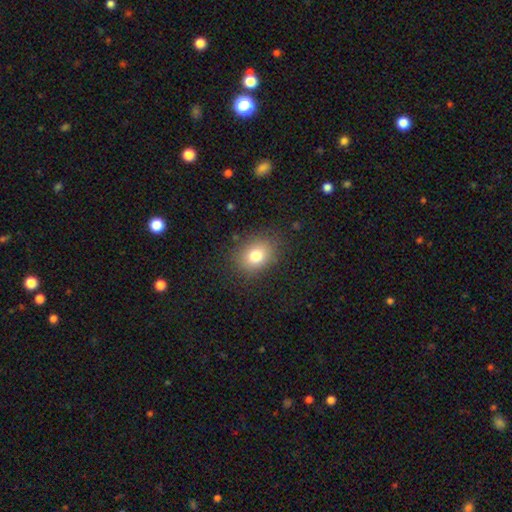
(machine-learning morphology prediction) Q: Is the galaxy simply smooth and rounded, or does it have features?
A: smooth — 79%.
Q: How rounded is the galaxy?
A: in between — 57%.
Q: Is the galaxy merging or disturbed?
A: none — 83%.